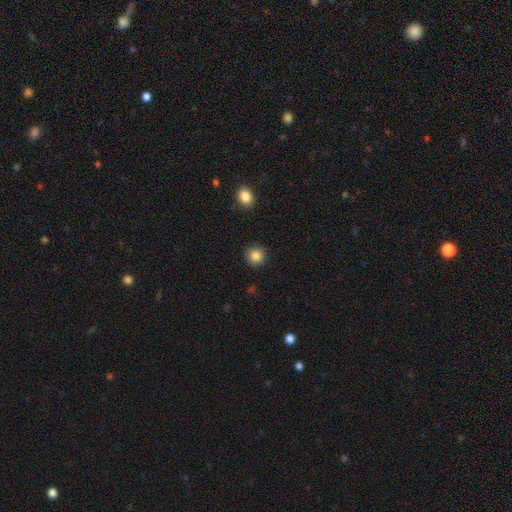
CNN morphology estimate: The model was most divided on "smooth or featured": smooth: 86%, star or artifact: 10%, featured or disk: 4%. More confident: how rounded — round (93%); merging — none (90%).